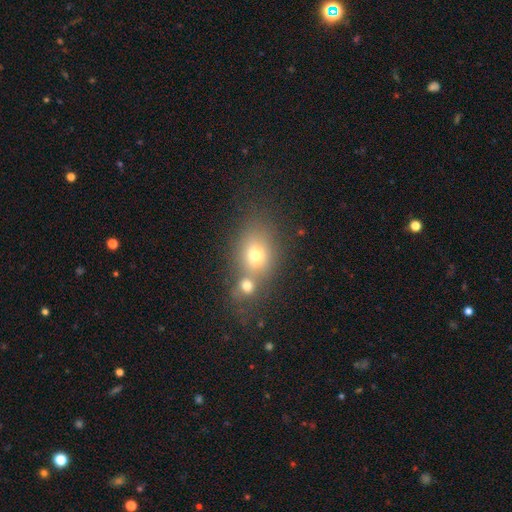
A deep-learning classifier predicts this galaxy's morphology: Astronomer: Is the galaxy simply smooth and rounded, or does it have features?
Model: smooth — 67%.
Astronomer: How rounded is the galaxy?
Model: in between — 50% (runner-up: round, 49%).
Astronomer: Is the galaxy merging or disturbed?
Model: merger — 50% (runner-up: none, 36%).